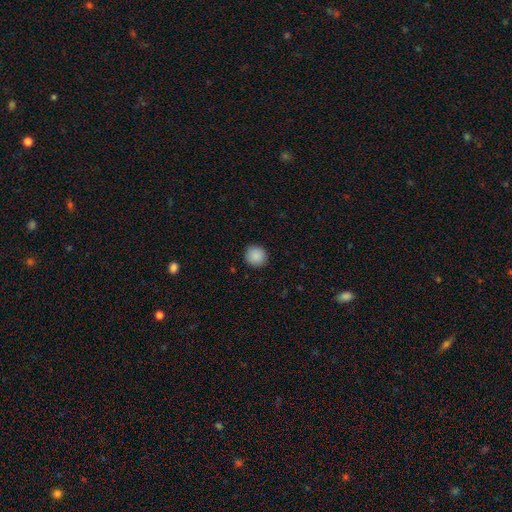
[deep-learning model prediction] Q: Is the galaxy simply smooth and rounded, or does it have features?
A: smooth — 89%.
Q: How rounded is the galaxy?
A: round — 93%.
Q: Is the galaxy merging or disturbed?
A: none — 91%.